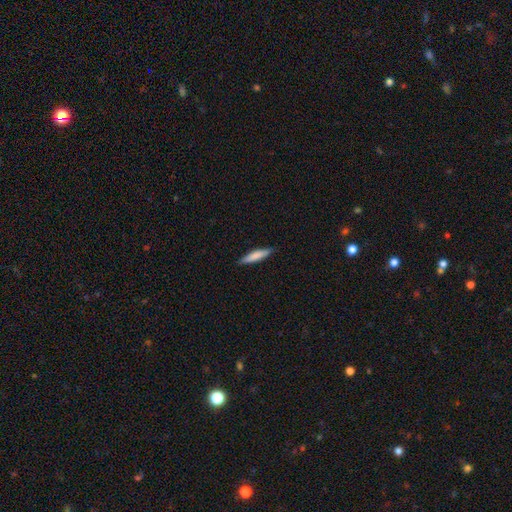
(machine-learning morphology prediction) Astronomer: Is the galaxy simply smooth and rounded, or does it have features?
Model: smooth — 78%.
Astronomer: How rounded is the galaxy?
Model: cigar-shaped — 85%.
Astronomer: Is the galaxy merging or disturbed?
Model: none — 88%.